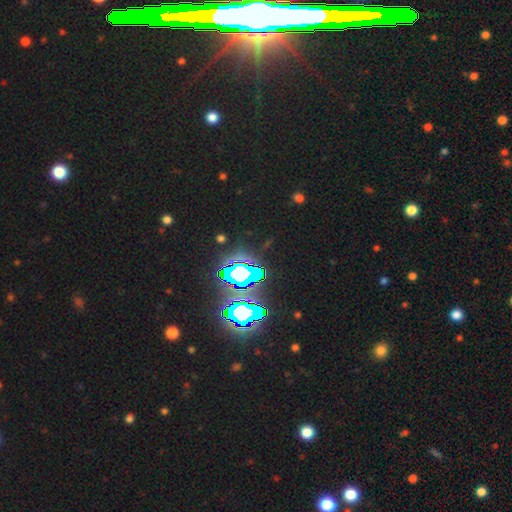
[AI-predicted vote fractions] Q: Smooth or featured?
A: star or artifact (82%); runner-up: smooth (11%)